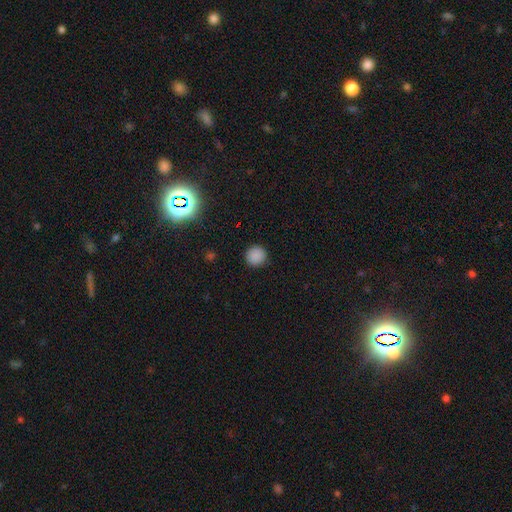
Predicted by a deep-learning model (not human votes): smooth_or_featured: smooth (p=0.87) [alt: star or artifact p=0.11]
how_rounded: round (p=0.94) [alt: in between p=0.05]
merging: none (p=0.91) [alt: minor disturbance p=0.06]